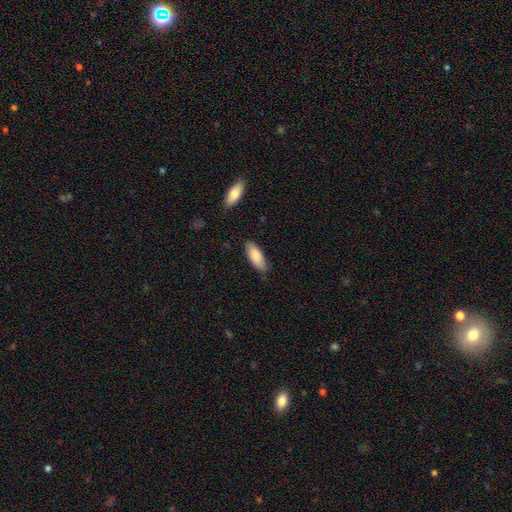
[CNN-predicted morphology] smooth_or_featured: smooth (p=0.85) [alt: featured or disk p=0.10]
how_rounded: in between (p=0.75) [alt: cigar-shaped p=0.24]
merging: none (p=0.81) [alt: minor disturbance p=0.15]